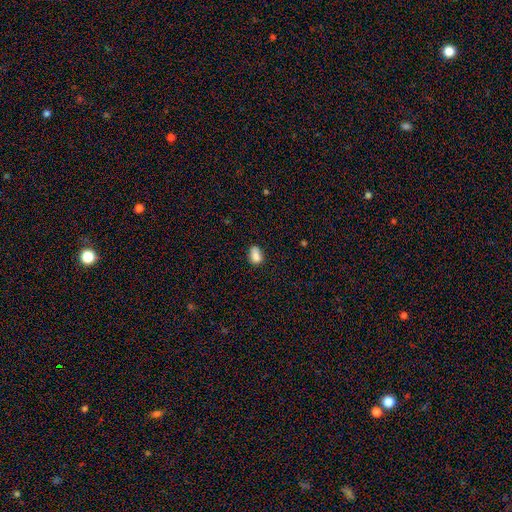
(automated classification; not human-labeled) Smooth or featured? Predicted: smooth (p=0.85). How rounded? Predicted: in between (p=0.81). Merging? Predicted: none (p=0.65).